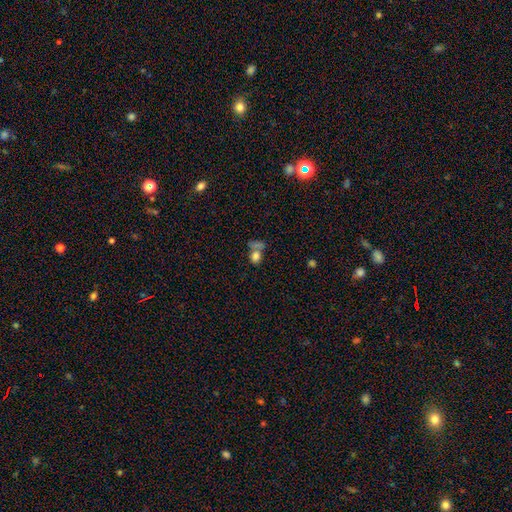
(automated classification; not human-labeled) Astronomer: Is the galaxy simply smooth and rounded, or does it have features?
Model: smooth — 74%.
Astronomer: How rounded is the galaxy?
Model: round — 52% (runner-up: in between, 45%).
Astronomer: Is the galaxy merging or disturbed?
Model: merger — 44% (runner-up: none, 37%).